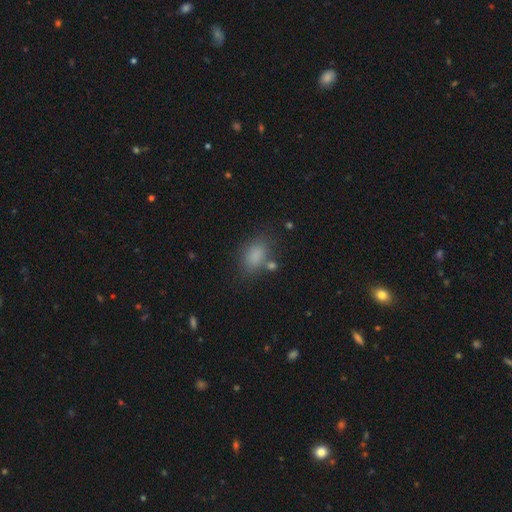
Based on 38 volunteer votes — A smooth galaxy with no disk features (87%) that is in between round and cigar-shaped (91%). Merging: none (67%).